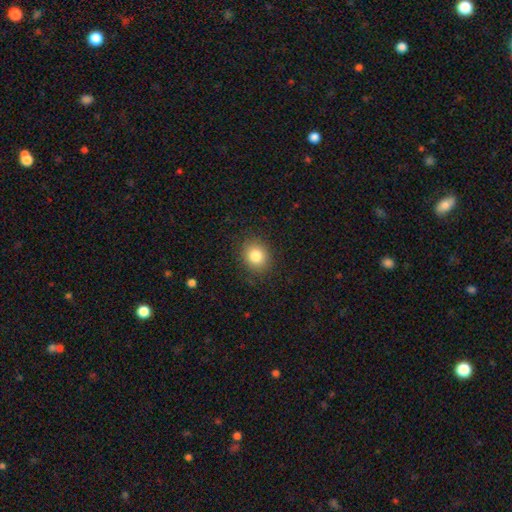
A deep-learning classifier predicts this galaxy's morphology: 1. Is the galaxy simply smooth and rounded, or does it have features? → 83% smooth, 10% star or artifact, 7% featured or disk.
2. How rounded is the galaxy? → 69% round, 30% in between, 1% cigar-shaped.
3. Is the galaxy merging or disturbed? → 87% none, 9% minor disturbance, 3% major disturbance, 1% merger.